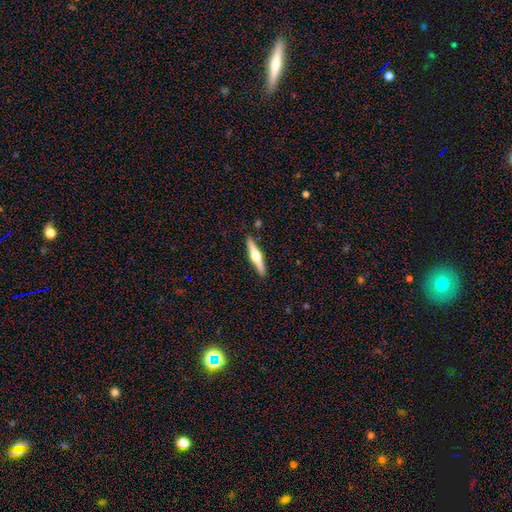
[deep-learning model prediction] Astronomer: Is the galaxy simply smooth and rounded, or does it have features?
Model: featured or disk — 64%.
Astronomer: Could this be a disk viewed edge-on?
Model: yes — 97%.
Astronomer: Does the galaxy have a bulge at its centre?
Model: rounded — 95%.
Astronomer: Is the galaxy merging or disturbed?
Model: none — 89%.